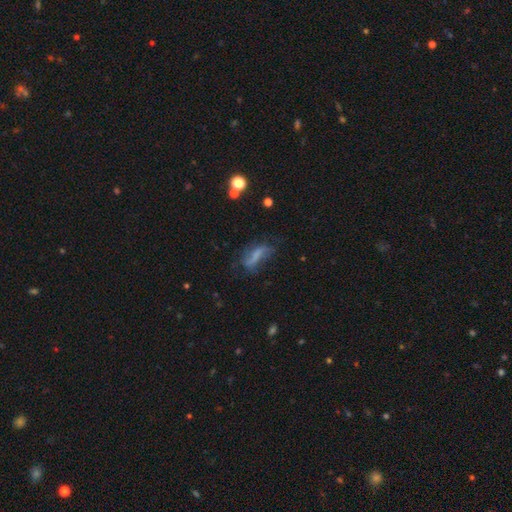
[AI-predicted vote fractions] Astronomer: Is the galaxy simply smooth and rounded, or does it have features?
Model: smooth — 44% (runner-up: featured or disk, 43%).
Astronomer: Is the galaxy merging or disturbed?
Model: none — 44% (runner-up: minor disturbance, 28%).